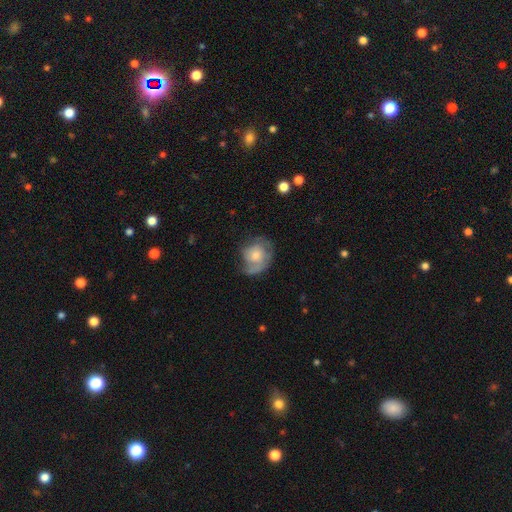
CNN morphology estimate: Q: Smooth or featured?
A: featured or disk (53%); runner-up: smooth (40%)
Q: Edge-on disk?
A: no (97%); runner-up: yes (3%)
Q: Bar?
A: no (79%); runner-up: weak (18%)
Q: Spiral arms?
A: yes (76%); runner-up: no (24%)
Q: Bulge size?
A: moderate (45%); runner-up: small (40%)
Q: Merging?
A: none (46%); runner-up: minor disturbance (27%)